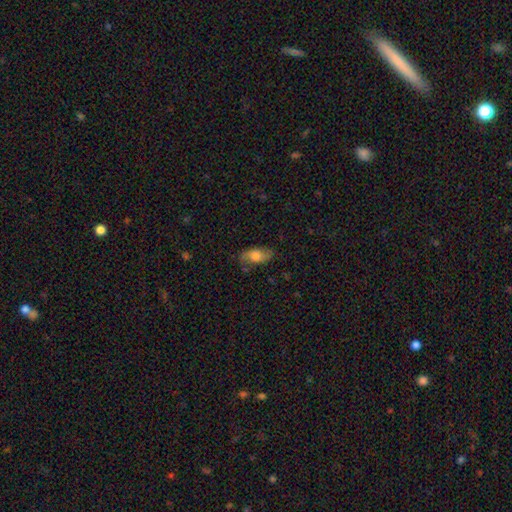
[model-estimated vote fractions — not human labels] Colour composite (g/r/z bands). It shows a smooth galaxy with no disk features (66%) that is in between round and cigar-shaped (87%). Merging: none (72%).